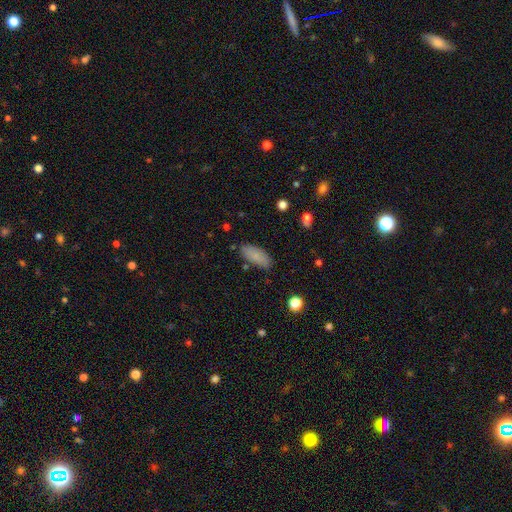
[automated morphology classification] This appears to be a smooth galaxy with no disk features (84%) that is in between round and cigar-shaped (84%). Merging: none (81%).